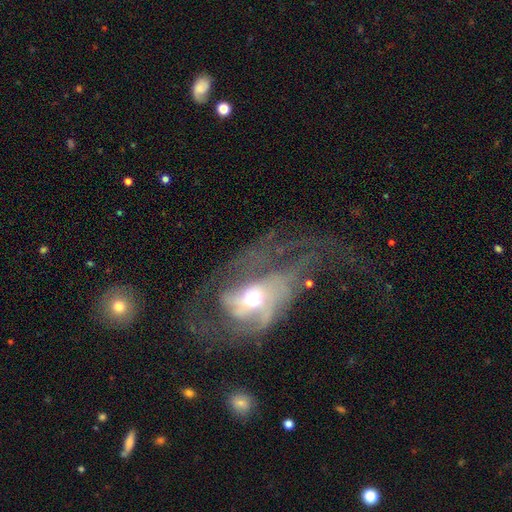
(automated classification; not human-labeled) Smooth or featured? featured or disk (75%)
Edge-on disk? no (95%)
Bar? no (62%)
Spiral arms? yes (75%)
Spiral winding? loose (40%)
Spiral arm count? 2 (34%)
Bulge size? moderate (67%)
Merging? major disturbance (59%)